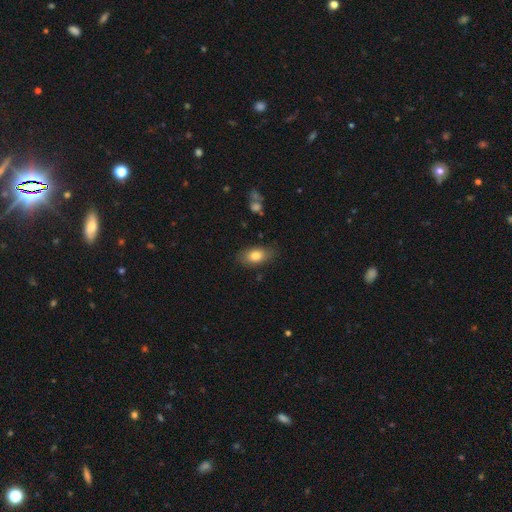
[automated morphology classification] This appears to be a smooth galaxy with no disk features (80%) that is in between round and cigar-shaped (88%). Merging: none (81%).